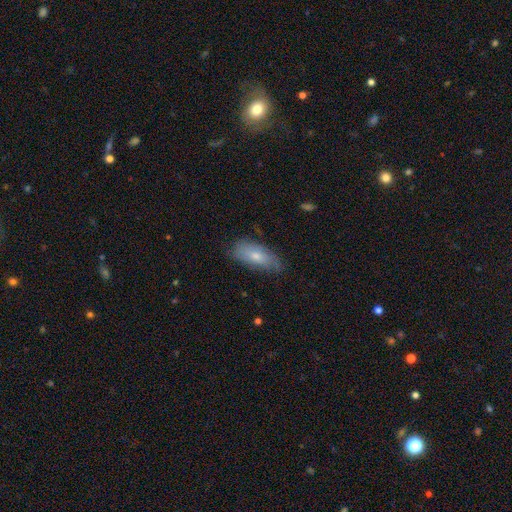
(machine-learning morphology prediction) This is likely a smooth galaxy (70%). How rounded: clearly in between (82%). Merging: likely none (71%).